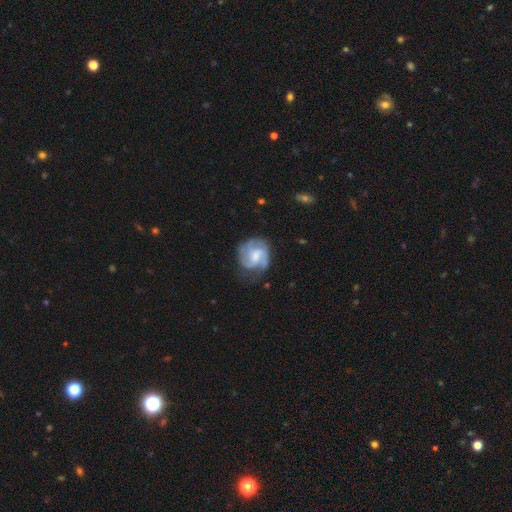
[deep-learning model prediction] featured or disk 74%, smooth 20%, star or artifact 6%. Down the decision tree: edge-on disk — no (98%); bar — weak (49%); spiral arms — yes (91%); spiral arm count — 2 (43%); spiral winding — medium (46%); bulge size — moderate (43%); merging — none (56%).